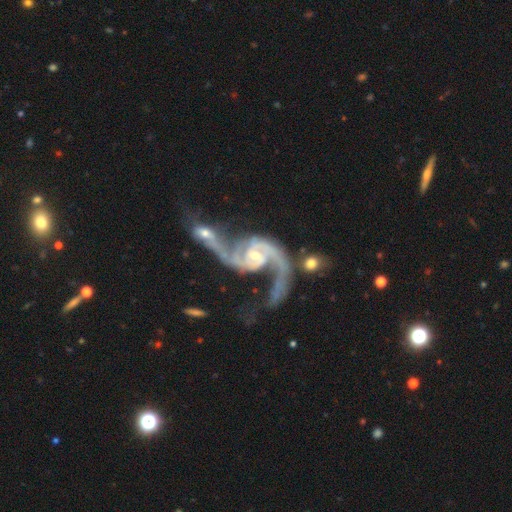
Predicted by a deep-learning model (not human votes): smooth-or-featured: featured or disk: 93% | star or artifact: 4% | smooth: 3%
  disk-edge-on: no: 97% | yes: 3%
    bar: no: 47% | weak: 38% | strong: 15%
    has-spiral-arms: yes: 98% | no: 2%
      spiral-winding: loose: 47% | medium: 40% | tight: 12%
      spiral-arm-count: 2: 90% | can't tell: 3% | 3: 2% | 1: 2% | 4: 1% | more than 4: 1%
    bulge-size: small: 53% | moderate: 42% | large: 2% | none: 2% | dominant: 1%
  merging: merger: 46% | none: 23% | major disturbance: 18% | minor disturbance: 13%